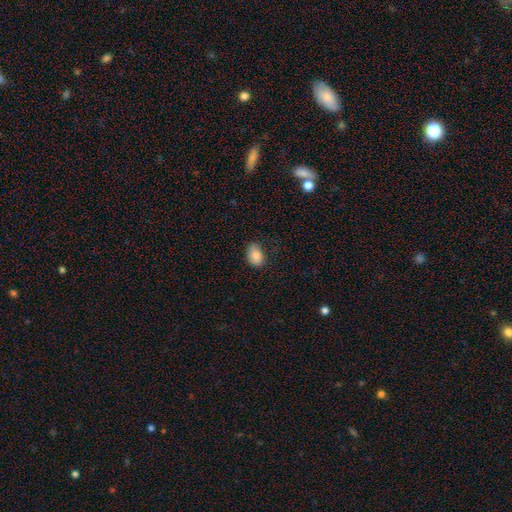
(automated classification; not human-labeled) A smooth galaxy with no disk features (84%) that is in between round and cigar-shaped (80%).

Vote fractions:
- Smooth or featured? smooth: 84% / featured or disk: 8% / star or artifact: 8%
- How rounded? in between: 80% / round: 19% / cigar-shaped: 1%
- Merging? none: 73% / minor disturbance: 22% / major disturbance: 4% / merger: 1%